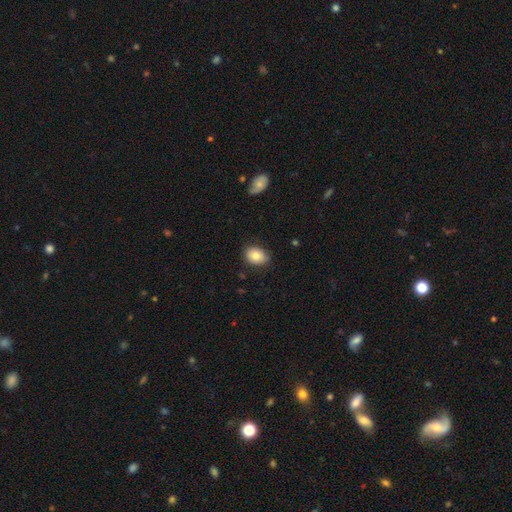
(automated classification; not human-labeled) smooth 82%, featured or disk 9%, star or artifact 8%. Down the decision tree: how rounded — in between (71%); merging — none (81%).